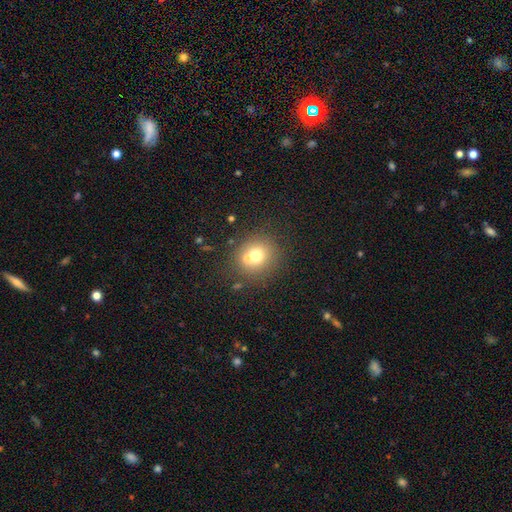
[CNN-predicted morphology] Smooth or featured? Predicted: smooth (p=0.67). How rounded? Predicted: round (p=0.86). Merging? Predicted: none (p=0.55).